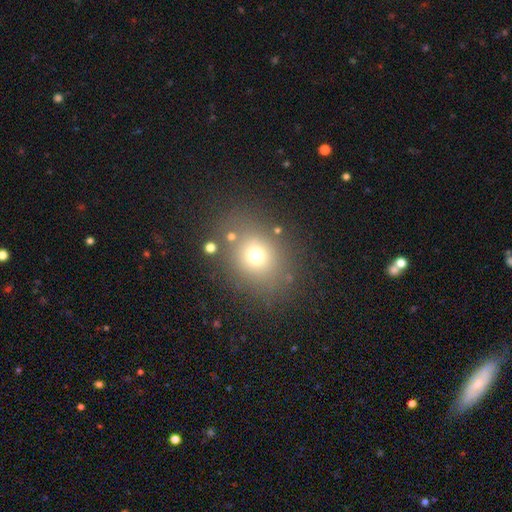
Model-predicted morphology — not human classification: Smooth or featured? smooth (69%)
How rounded? round (60%)
Merging? none (77%)